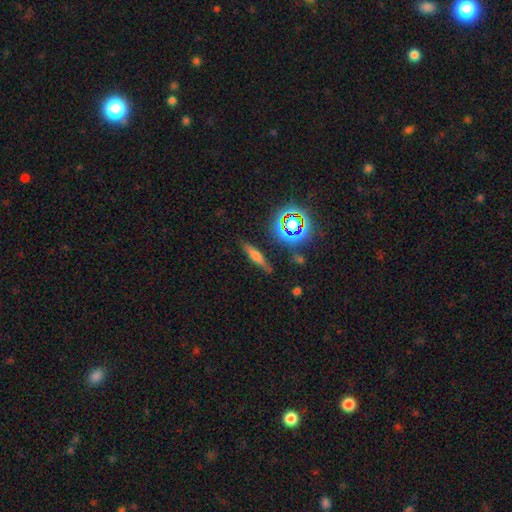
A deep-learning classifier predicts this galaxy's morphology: Smooth or featured: smooth — 47% (featured or disk — 37%)
Merging: none — 82% (minor disturbance — 12%)